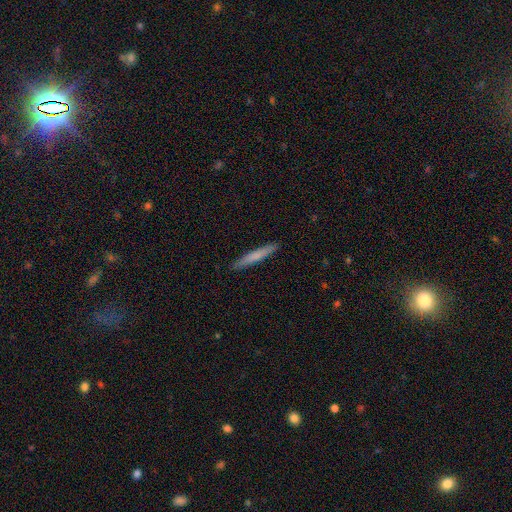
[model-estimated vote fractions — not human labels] This appears to be a smooth galaxy with no disk features (68%) that is cigar-shaped (96%). Merging: none (91%).